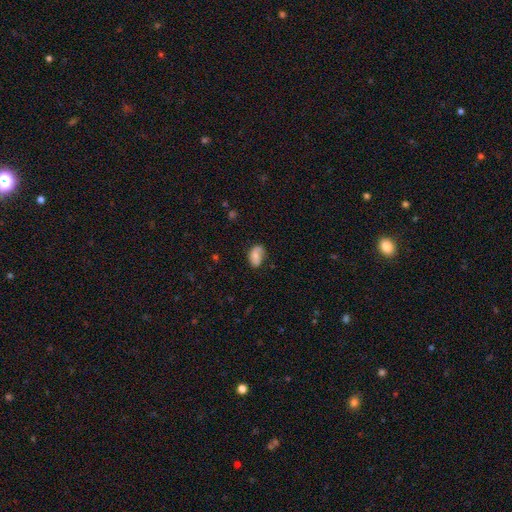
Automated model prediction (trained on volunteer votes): smooth-or-featured: smooth: 65% | featured or disk: 27% | star or artifact: 9%
  how-rounded: in between: 88% | round: 10% | cigar-shaped: 2%
  merging: none: 60% | minor disturbance: 28% | major disturbance: 8% | merger: 3%